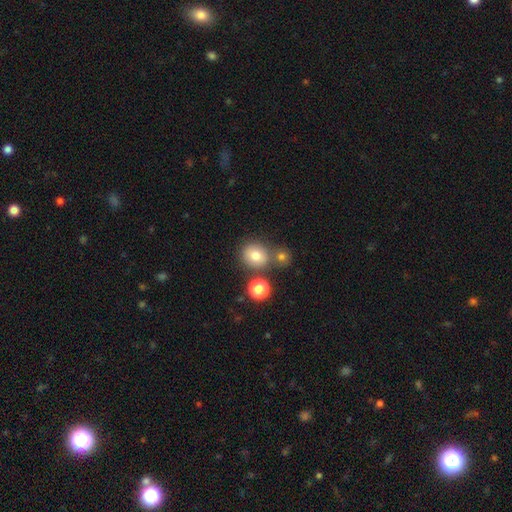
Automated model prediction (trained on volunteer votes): Morphology: type=smooth (76%); roundness=round (74%); merging=none (65%).